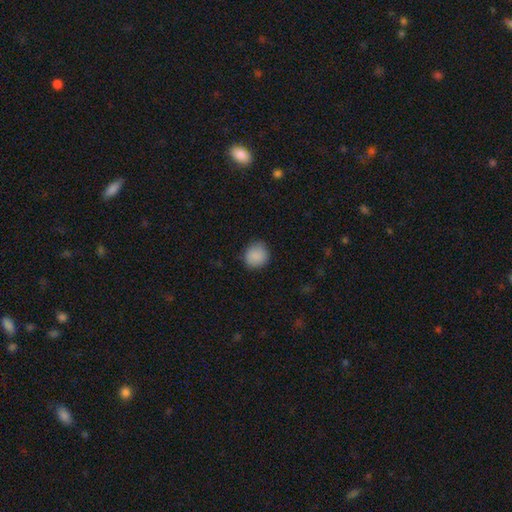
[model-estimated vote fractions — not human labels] Smooth or featured? smooth (88%)
How rounded? round (85%)
Merging? none (85%)